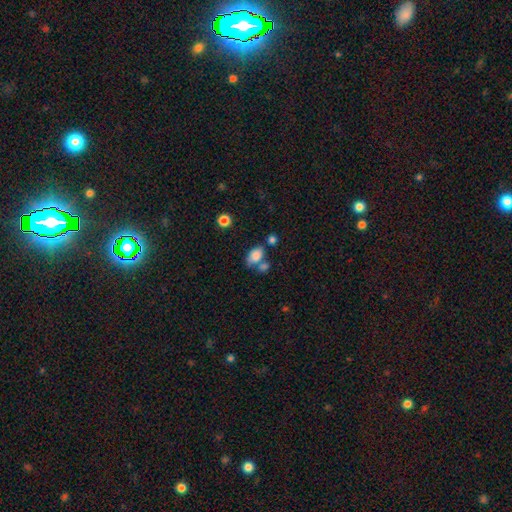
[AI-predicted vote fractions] Morphology: type=smooth (82%); roundness=in between (90%); merging=none (47%).